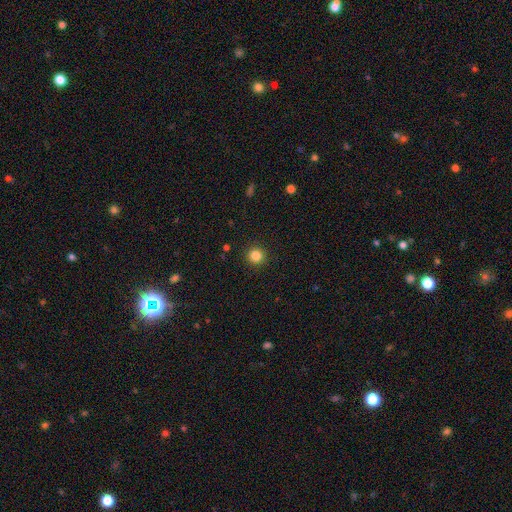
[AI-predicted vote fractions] The model was most divided on "smooth or featured": smooth: 84%, star or artifact: 12%, featured or disk: 4%. More confident: how rounded — round (95%); merging — none (92%).